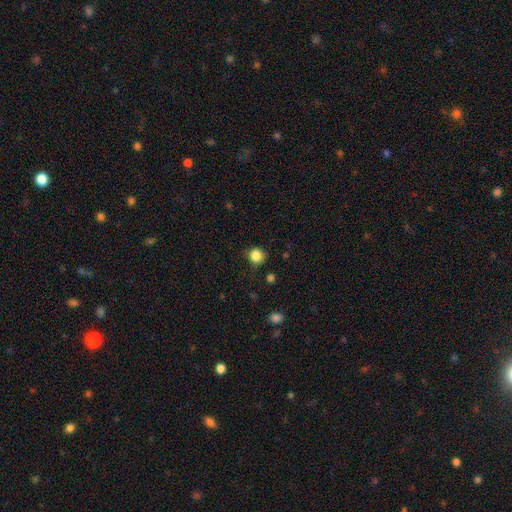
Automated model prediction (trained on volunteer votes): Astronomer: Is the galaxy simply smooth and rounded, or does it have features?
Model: smooth — 85%.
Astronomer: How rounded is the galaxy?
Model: round — 91%.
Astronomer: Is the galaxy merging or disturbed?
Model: none — 83%.